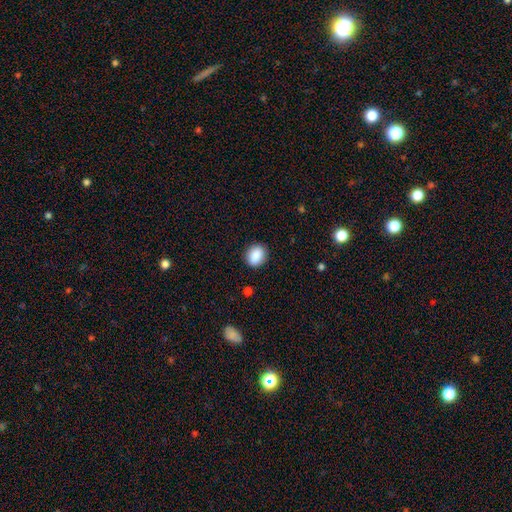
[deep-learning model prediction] A smooth galaxy with no disk features (87%) that is in between round and cigar-shaped (52%).

Vote fractions:
- Smooth or featured? smooth: 87% / star or artifact: 8% / featured or disk: 5%
- How rounded? in between: 52% / round: 47% / cigar-shaped: 1%
- Merging? none: 87% / minor disturbance: 9% / major disturbance: 2% / merger: 1%